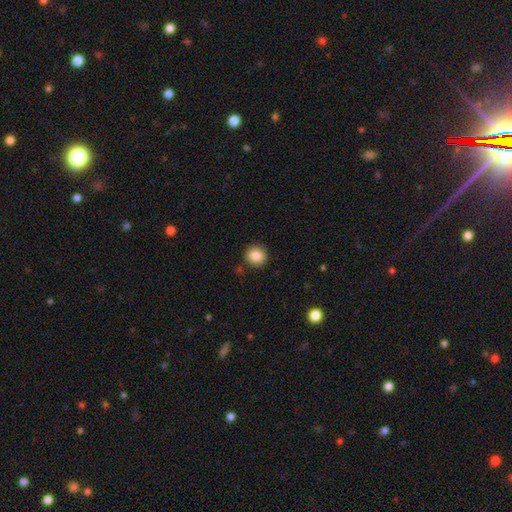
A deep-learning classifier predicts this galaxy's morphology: Smooth or featured?
  - smooth: 86% *
  - star or artifact: 9%
  - featured or disk: 5%
How rounded?
  - round: 89% *
  - in between: 10%
  - cigar-shaped: 1%
Merging?
  - none: 88% *
  - minor disturbance: 7%
  - merger: 2%
  - major disturbance: 2%